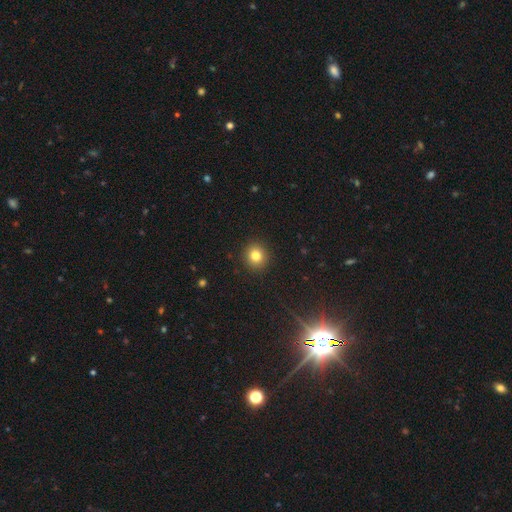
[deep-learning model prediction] Smooth or featured?
  - smooth: 81% *
  - star or artifact: 12%
  - featured or disk: 7%
How rounded?
  - round: 90% *
  - in between: 9%
  - cigar-shaped: 1%
Merging?
  - none: 92% *
  - minor disturbance: 5%
  - major disturbance: 2%
  - merger: 1%